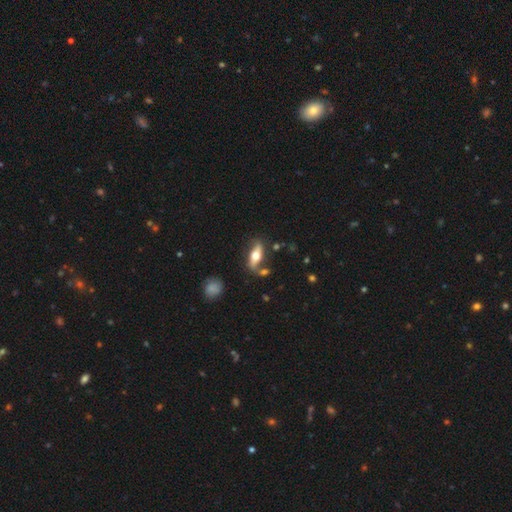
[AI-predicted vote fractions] Smooth or featured?
  - featured or disk: 54% *
  - smooth: 40%
  - star or artifact: 6%
Edge-on disk?
  - yes: 67% *
  - no: 33%
Merging?
  - none: 68% *
  - minor disturbance: 17%
  - merger: 9%
  - major disturbance: 7%